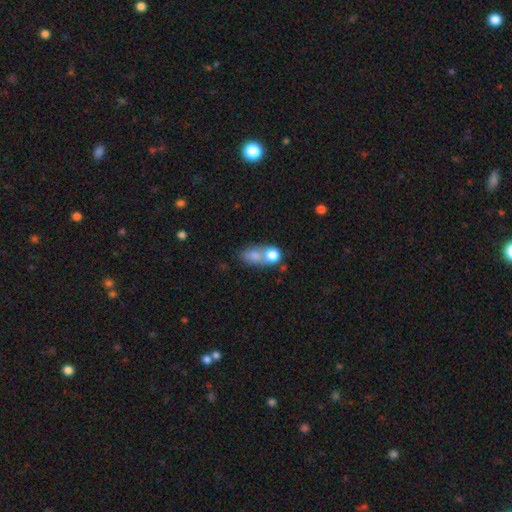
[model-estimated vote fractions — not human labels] Smooth or featured? Predicted: smooth (p=0.74). How rounded? Predicted: in between (p=0.61). Merging? Predicted: merger (p=0.52).